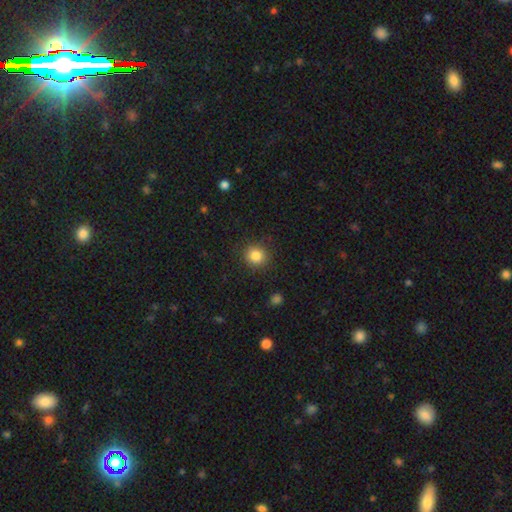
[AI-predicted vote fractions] Smooth or featured?
  - smooth: 84% *
  - star or artifact: 11%
  - featured or disk: 5%
How rounded?
  - round: 89% *
  - in between: 10%
  - cigar-shaped: 1%
Merging?
  - none: 89% *
  - minor disturbance: 8%
  - major disturbance: 3%
  - merger: 1%